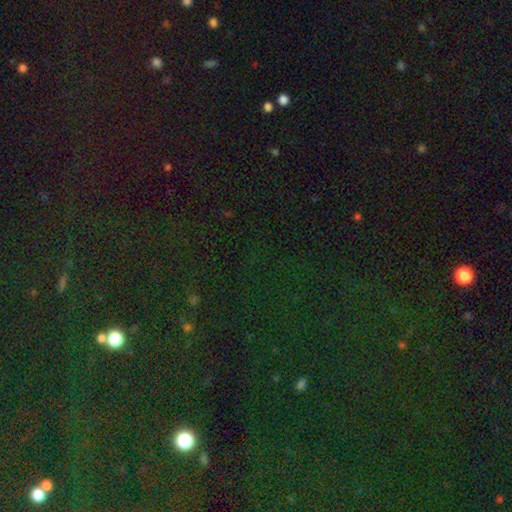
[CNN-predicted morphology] This is likely a star or artifact rather than a galaxy (78%).